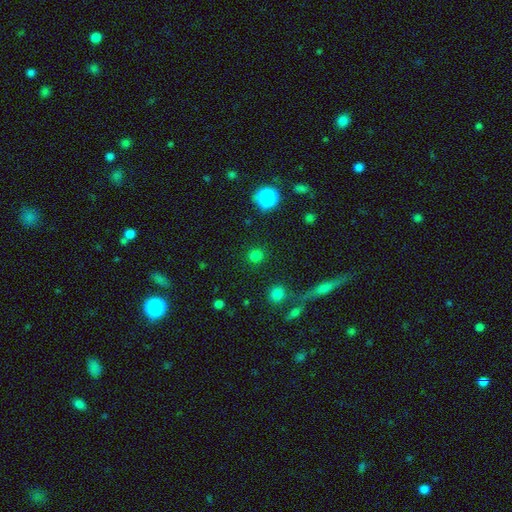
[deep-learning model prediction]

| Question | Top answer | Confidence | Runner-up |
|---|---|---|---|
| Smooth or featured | smooth | 77% | star or artifact (18%) |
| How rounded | round | 91% | in between (8%) |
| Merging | none | 88% | minor disturbance (6%) |